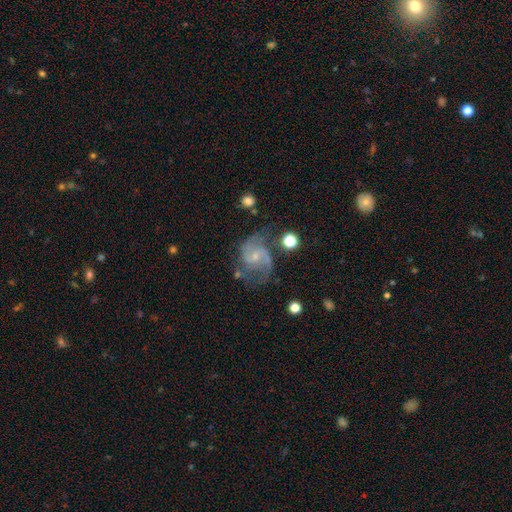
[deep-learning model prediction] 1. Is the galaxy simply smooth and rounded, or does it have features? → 87% featured or disk, 7% smooth, 7% star or artifact.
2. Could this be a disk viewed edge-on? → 98% no, 2% yes.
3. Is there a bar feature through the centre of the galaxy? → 46% no (tied), 46% weak (tied), 9% strong.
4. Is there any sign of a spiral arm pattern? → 97% yes, 3% no.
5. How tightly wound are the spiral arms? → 56% medium, 27% loose, 17% tight.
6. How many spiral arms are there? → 81% 2, 7% 3, 6% can't tell, 3% 1, 2% 4, 2% more than 4.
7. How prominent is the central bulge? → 68% small, 22% moderate, 8% none, 1% large, 1% dominant.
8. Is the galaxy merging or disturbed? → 60% none, 21% minor disturbance, 14% major disturbance, 5% merger.